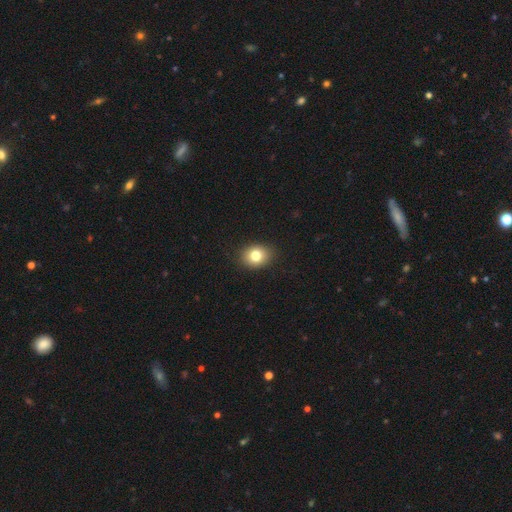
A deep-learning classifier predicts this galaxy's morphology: A smooth galaxy with no disk features (81%) that is round (53%).

Vote fractions:
- Smooth or featured? smooth: 81% / star or artifact: 10% / featured or disk: 9%
- How rounded? round: 53% / in between: 46% / cigar-shaped: 1%
- Merging? none: 89% / minor disturbance: 8% / major disturbance: 2% / merger: 1%